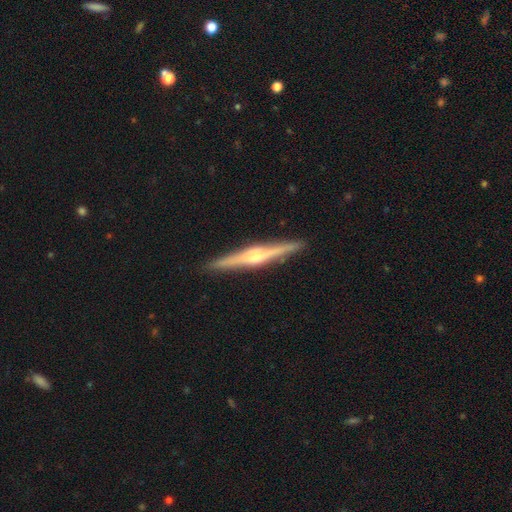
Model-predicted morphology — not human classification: Smooth or featured: featured or disk — 79% (smooth — 16%)
Edge-on disk: yes — 98% (no — 2%)
Edge-on bulge: rounded — 76% (boxy — 15%)
Merging: none — 92% (minor disturbance — 6%)